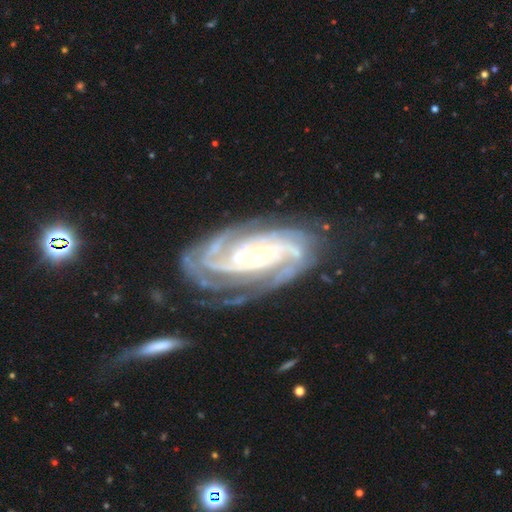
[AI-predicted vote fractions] Overall: featured or disk (93%). Edge-on disk: no (96%). Bar: no (58%; weak 25%). Spiral arms: yes (99%). Spiral arm count: 3 (31%; 4 27%). Spiral winding: tight (70%). Bulge size: small (52%; moderate 42%). Merging: none (74%).